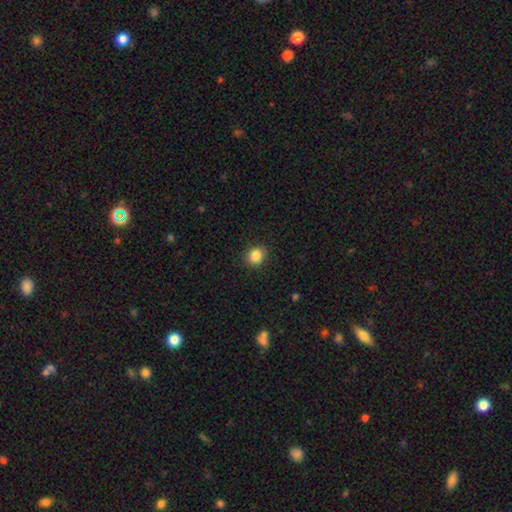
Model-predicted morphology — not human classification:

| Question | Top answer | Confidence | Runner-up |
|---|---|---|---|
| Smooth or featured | smooth | 86% | star or artifact (10%) |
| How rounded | round | 77% | in between (22%) |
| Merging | none | 90% | minor disturbance (7%) |